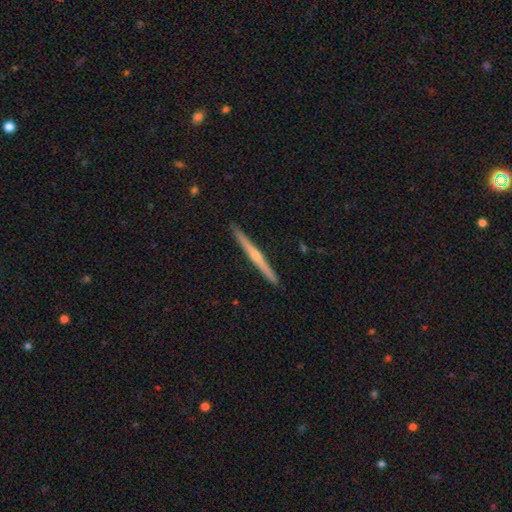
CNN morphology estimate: A featured or disk galaxy (70%) viewed edge-on (98%) with a rounded central bulge (68%).

Vote fractions:
- Smooth or featured? featured or disk: 70% / smooth: 25% / star or artifact: 5%
- Edge-on disk? yes: 98% / no: 2%
- Edge-on bulge? rounded: 68% / none: 27% / boxy: 5%
- Merging? none: 93% / minor disturbance: 5% / major disturbance: 1% / merger: 1%